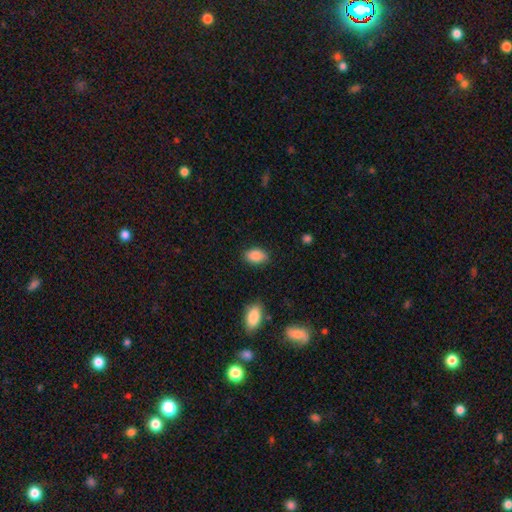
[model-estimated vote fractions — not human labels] Smooth or featured? smooth (88%)
How rounded? in between (90%)
Merging? none (83%)